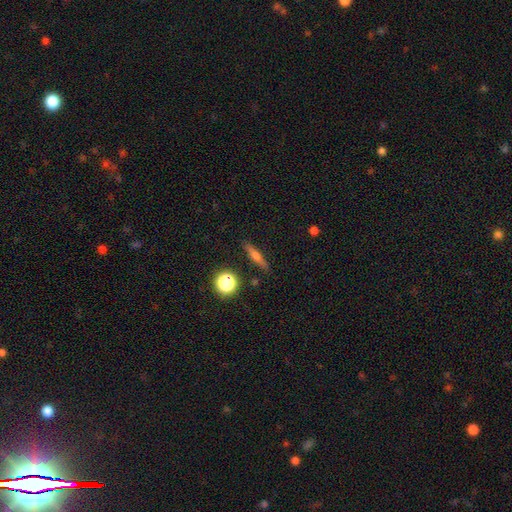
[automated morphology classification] Smooth or featured?
  - smooth: 50% *
  - featured or disk: 39%
  - star or artifact: 11%
How rounded?
  - cigar-shaped: 77% *
  - in between: 14%
  - round: 9%
Merging?
  - none: 88% *
  - minor disturbance: 8%
  - major disturbance: 2%
  - merger: 2%